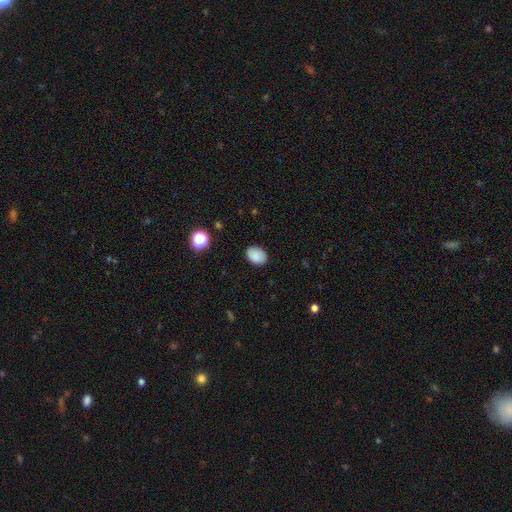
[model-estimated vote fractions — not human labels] Morphology: type=smooth (87%); roundness=in between (77%); merging=none (86%).